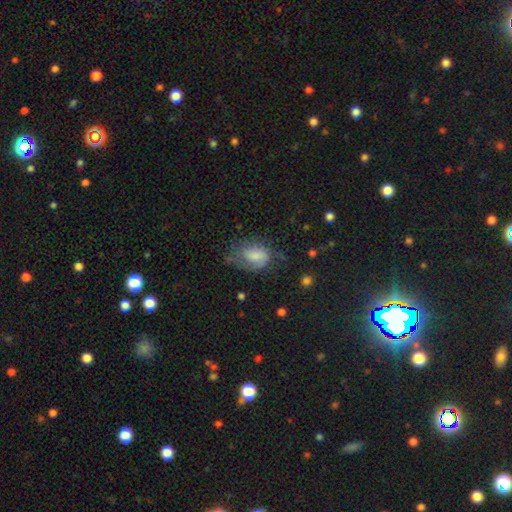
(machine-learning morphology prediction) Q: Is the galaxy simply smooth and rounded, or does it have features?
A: smooth — 70%.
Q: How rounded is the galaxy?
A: in between — 75%.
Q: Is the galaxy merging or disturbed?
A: none — 37%.